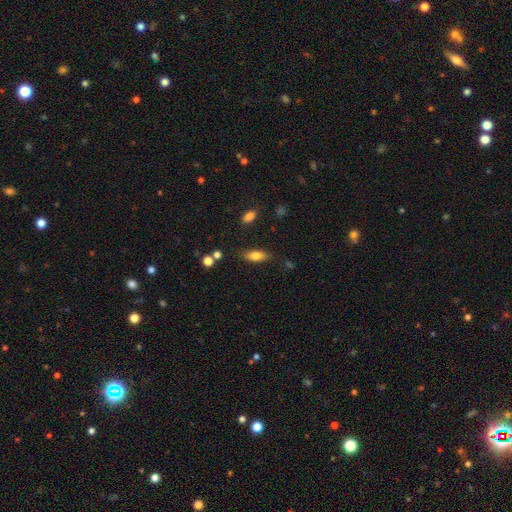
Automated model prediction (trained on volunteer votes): This appears to be a smooth galaxy with no disk features (76%) that is in between round and cigar-shaped (76%). Merging: none (78%).